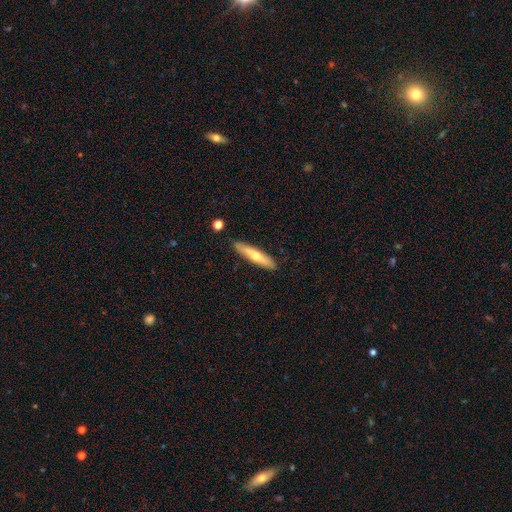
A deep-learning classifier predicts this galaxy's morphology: Q: Smooth or featured?
A: smooth (54%); runner-up: featured or disk (40%)
Q: How rounded?
A: cigar-shaped (87%); runner-up: in between (12%)
Q: Merging?
A: none (85%); runner-up: minor disturbance (11%)